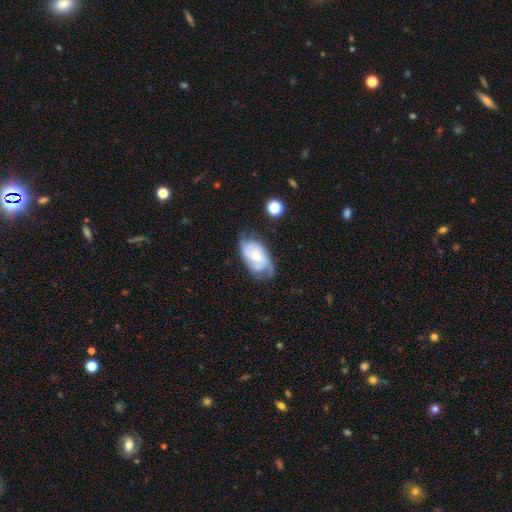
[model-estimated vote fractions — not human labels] A featured or disk galaxy (60%) with no bar (69%), spiral arms (82%) and a moderate central bulge (47%).

Vote fractions:
- Smooth or featured? featured or disk: 60% / smooth: 33% / star or artifact: 7%
- Edge-on disk? no: 95% / yes: 5%
- Bar? no: 69% / weak: 26% / strong: 4%
- Spiral arms? yes: 82% / no: 18%
- Bulge size? moderate: 47% / small: 42% / large: 5% / none: 4% / dominant: 1%
- Merging? none: 50% / minor disturbance: 32% / major disturbance: 15% / merger: 3%